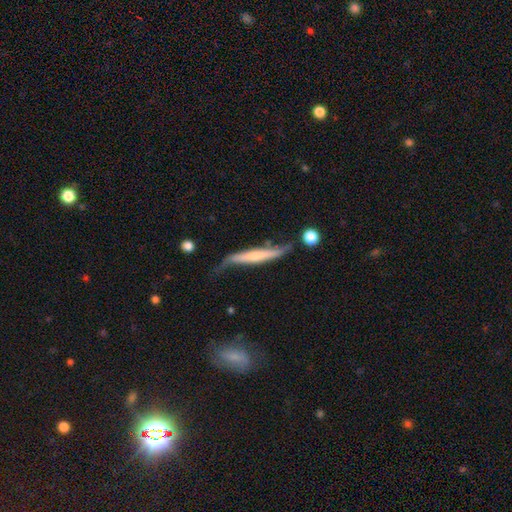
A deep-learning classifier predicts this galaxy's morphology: A featured or disk galaxy (56%) viewed edge-on (77%). Merging: none (45%).